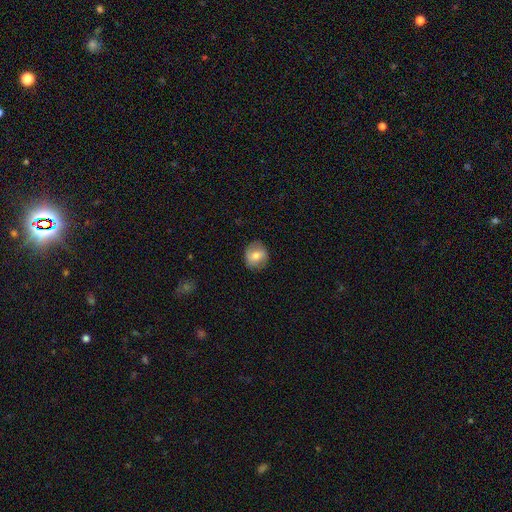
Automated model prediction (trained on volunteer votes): Smooth or featured: smooth — 65% (featured or disk — 27%)
How rounded: round — 78% (in between — 21%)
Merging: none — 84% (minor disturbance — 11%)